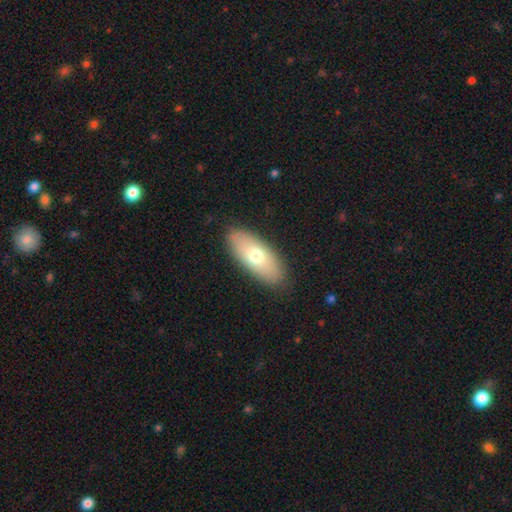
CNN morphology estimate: smooth 68%, featured or disk 26%, star or artifact 6%. Down the decision tree: how rounded — in between (82%); merging — none (89%).